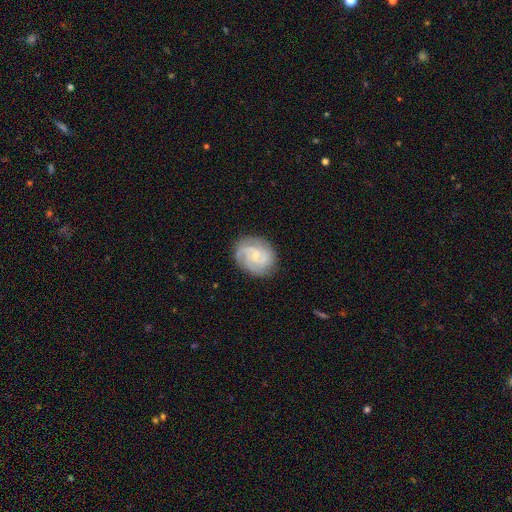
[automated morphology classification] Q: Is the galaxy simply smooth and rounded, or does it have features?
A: featured or disk — 79%.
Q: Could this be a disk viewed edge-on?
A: no — 98%.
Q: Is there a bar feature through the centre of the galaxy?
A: no — 56%.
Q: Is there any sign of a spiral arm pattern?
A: yes — 96%.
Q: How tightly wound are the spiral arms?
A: tight — 55%.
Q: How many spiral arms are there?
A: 2 — 35%.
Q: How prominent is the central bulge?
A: small — 67%.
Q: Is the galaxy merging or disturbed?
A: none — 79%.